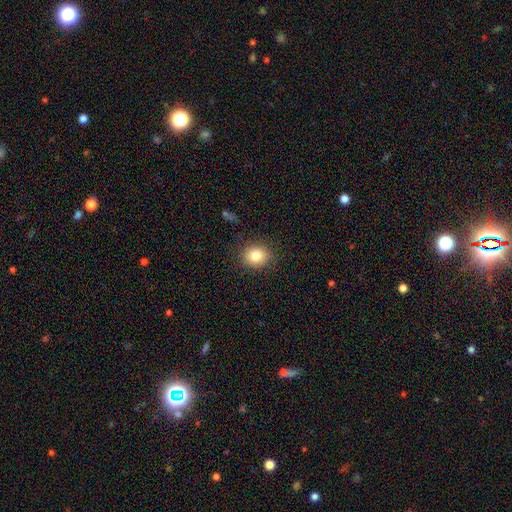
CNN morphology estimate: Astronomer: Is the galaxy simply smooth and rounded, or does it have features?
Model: smooth — 82%.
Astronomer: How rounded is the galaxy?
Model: round — 71%.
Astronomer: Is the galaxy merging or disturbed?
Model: none — 87%.